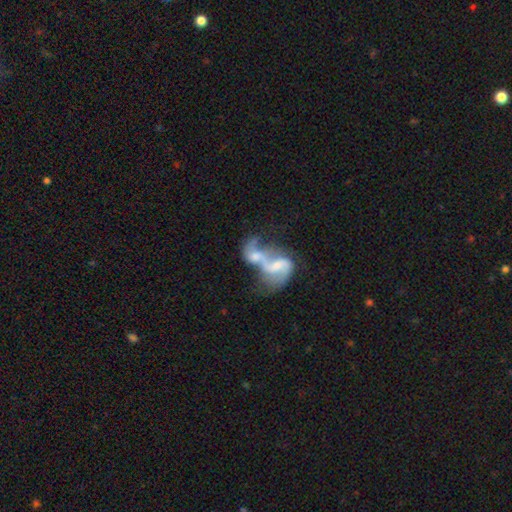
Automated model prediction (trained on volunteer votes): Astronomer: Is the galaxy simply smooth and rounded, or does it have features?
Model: featured or disk — 65%.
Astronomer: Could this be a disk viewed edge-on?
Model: no — 97%.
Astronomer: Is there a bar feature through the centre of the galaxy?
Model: no — 48% (runner-up: weak, 37%).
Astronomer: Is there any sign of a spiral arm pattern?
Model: yes — 69%.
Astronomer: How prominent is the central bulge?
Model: small — 37% (runner-up: moderate, 33%).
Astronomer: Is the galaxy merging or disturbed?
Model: merger — 73%.